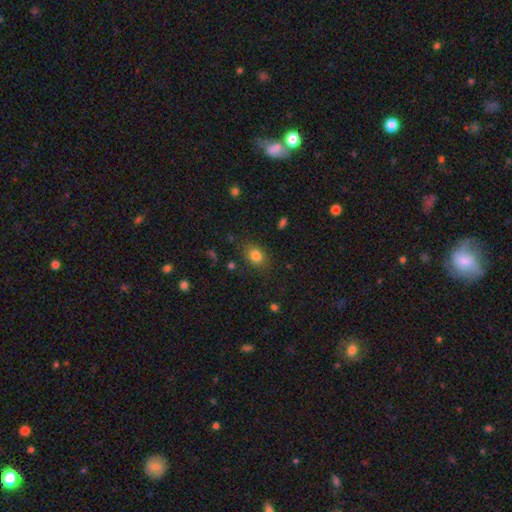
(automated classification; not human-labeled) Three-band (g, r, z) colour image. It shows a smooth galaxy with no disk features (82%) that is in between round and cigar-shaped (66%). Merging: none (80%).